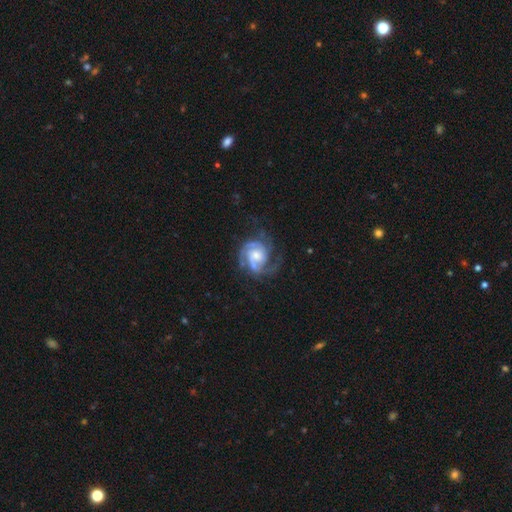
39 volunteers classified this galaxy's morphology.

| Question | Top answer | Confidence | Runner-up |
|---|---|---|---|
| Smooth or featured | featured or disk | 97% | star or artifact (3%) |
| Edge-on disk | no | 100% | — |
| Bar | no | 61% | weak (29%) |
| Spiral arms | yes | 97% | no (3%) |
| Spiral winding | tight | 51% | medium (43%) |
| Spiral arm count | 2 | 51% | 3 (32%) |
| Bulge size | moderate | 61% | small (24%) |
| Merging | none | 55% | minor disturbance (32%) |